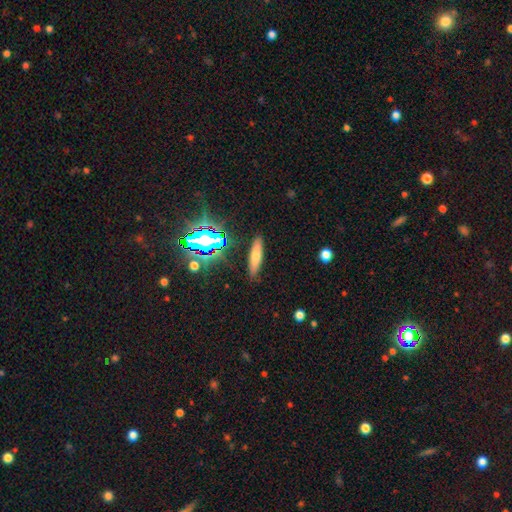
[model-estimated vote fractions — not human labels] smooth-or-featured: smooth: 56% | featured or disk: 25% | star or artifact: 19%
  how-rounded: cigar-shaped: 74% | in between: 23% | round: 3%
  merging: none: 87% | minor disturbance: 8% | major disturbance: 2% | merger: 2%